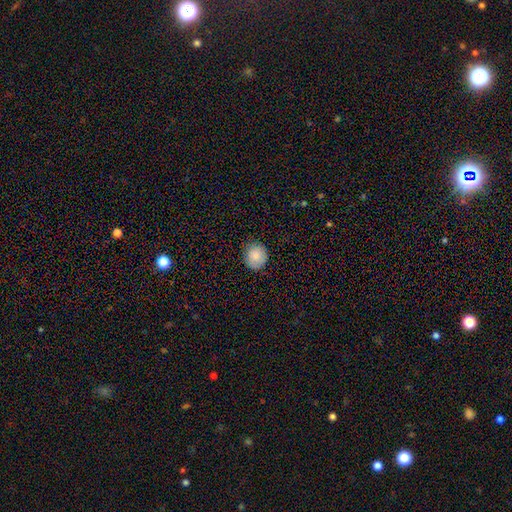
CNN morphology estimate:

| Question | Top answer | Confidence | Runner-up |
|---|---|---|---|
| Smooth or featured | smooth | 86% | star or artifact (8%) |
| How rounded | round | 78% | in between (21%) |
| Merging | none | 84% | minor disturbance (12%) |